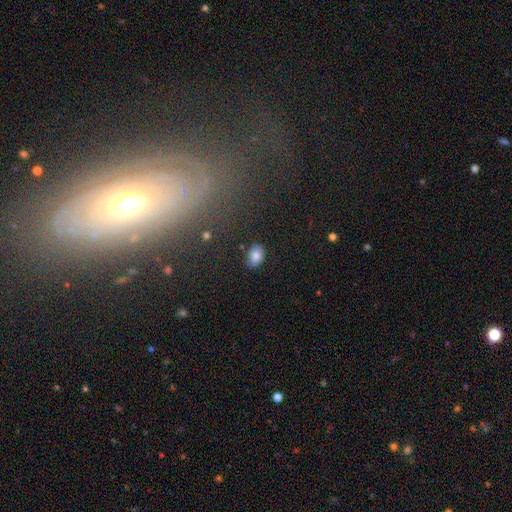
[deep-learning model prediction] A smooth galaxy with no disk features (83%) that is in between round and cigar-shaped (71%). Merging: none (81%).